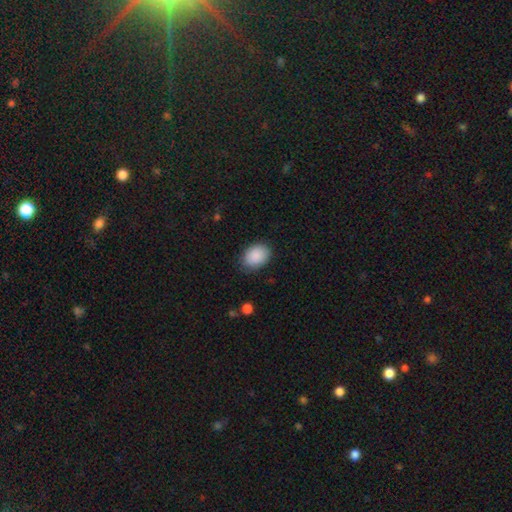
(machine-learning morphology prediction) smooth_or_featured: smooth (p=0.90) [alt: star or artifact p=0.07]
how_rounded: in between (p=0.76) [alt: round p=0.23]
merging: none (p=0.82) [alt: minor disturbance p=0.14]